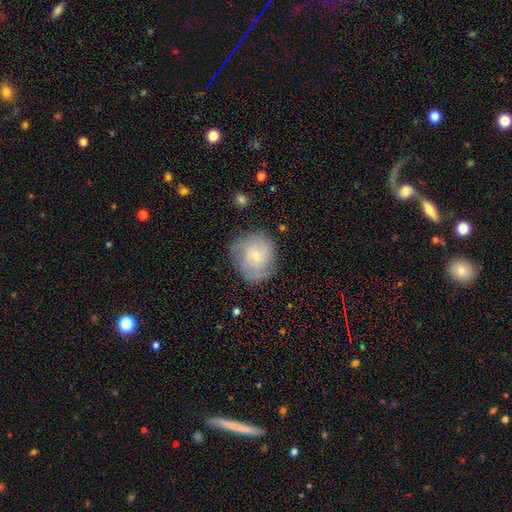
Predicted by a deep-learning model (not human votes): smooth-or-featured: featured or disk: 59% | smooth: 33% | star or artifact: 8%
  disk-edge-on: no: 97% | yes: 3%
    bar: no: 69% | weak: 27% | strong: 4%
    has-spiral-arms: yes: 84% | no: 16%
    bulge-size: small: 73% | moderate: 22% | none: 2% | large: 1% | dominant: 1%
  merging: none: 71% | minor disturbance: 20% | major disturbance: 8% | merger: 2%